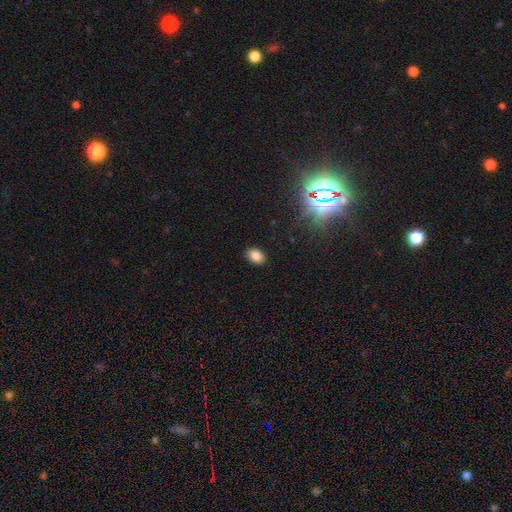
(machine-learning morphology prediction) Smooth or featured? Predicted: smooth (p=0.83). How rounded? Predicted: in between (p=0.82). Merging? Predicted: none (p=0.89).